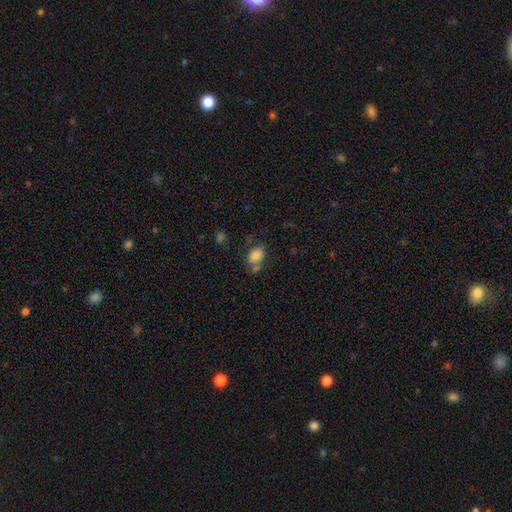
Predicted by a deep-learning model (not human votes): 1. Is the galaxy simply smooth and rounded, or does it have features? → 81% smooth, 10% featured or disk, 9% star or artifact.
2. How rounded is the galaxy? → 75% in between, 23% round, 1% cigar-shaped.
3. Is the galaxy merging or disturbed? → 52% none, 22% merger, 18% minor disturbance, 8% major disturbance.